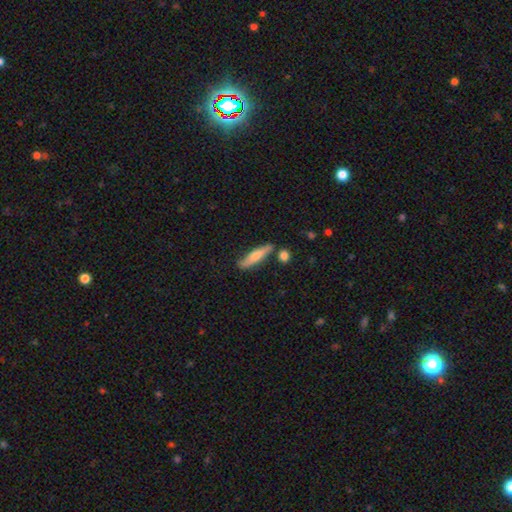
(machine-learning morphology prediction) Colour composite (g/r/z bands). It shows a smooth galaxy with no disk features (60%) that is cigar-shaped (81%). Merging: none (75%).